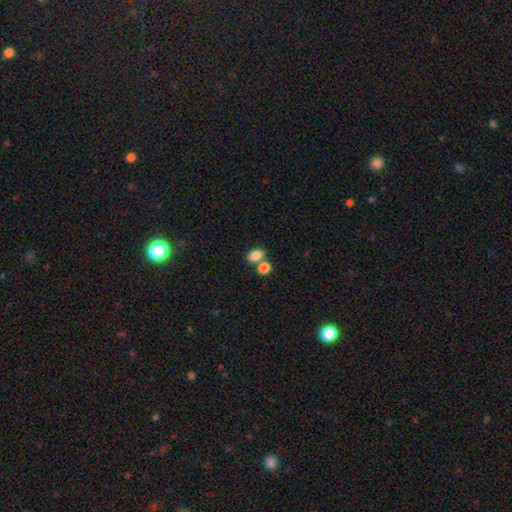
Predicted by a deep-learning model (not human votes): Smooth or featured?
  - smooth: 84% *
  - star or artifact: 10%
  - featured or disk: 6%
How rounded?
  - in between: 74% *
  - round: 25%
  - cigar-shaped: 1%
Merging?
  - none: 52% *
  - merger: 35%
  - minor disturbance: 10%
  - major disturbance: 4%